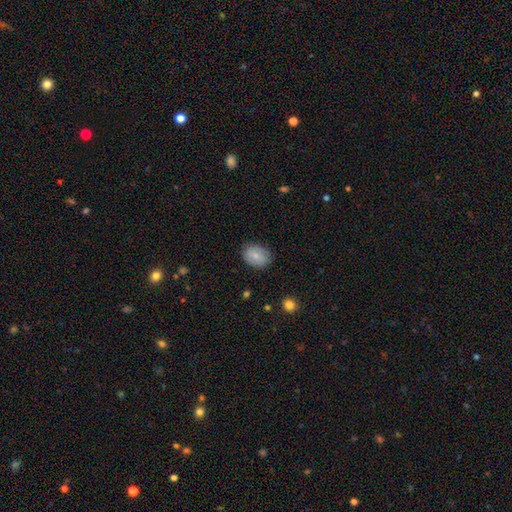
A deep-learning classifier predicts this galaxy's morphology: Overall: smooth (72%). How rounded: in between (68%; round 31%). Merging: none (80%).